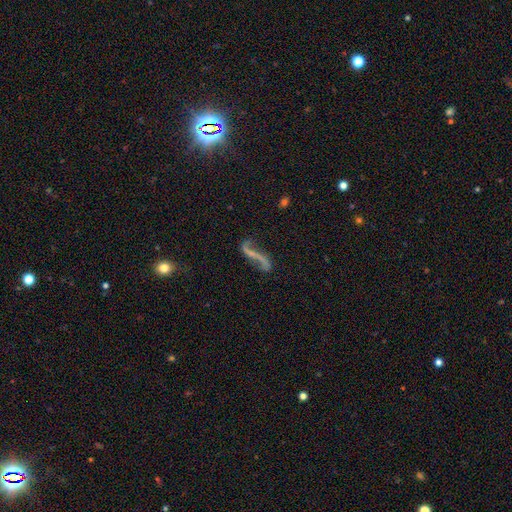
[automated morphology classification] Smooth or featured? featured or disk (77%)
Edge-on disk? no (89%)
Bar? strong (37%)
Spiral arms? yes (85%)
Spiral winding? loose (91%)
Spiral arm count? 2 (87%)
Bulge size? none (61%)
Merging? none (61%)